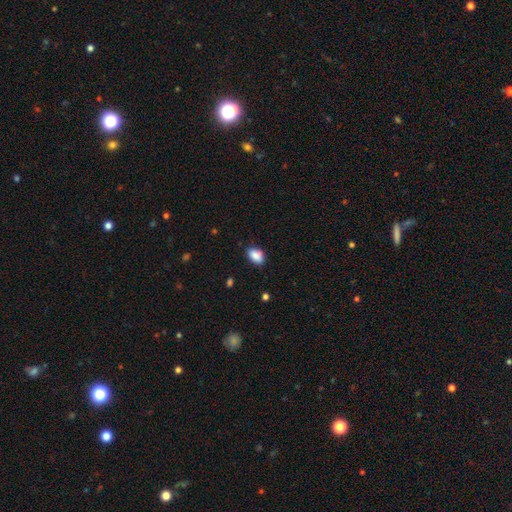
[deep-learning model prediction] smooth-or-featured: smooth: 88% | star or artifact: 8% | featured or disk: 4%
  how-rounded: in between: 87% | round: 11% | cigar-shaped: 2%
  merging: none: 79% | minor disturbance: 16% | major disturbance: 3% | merger: 2%